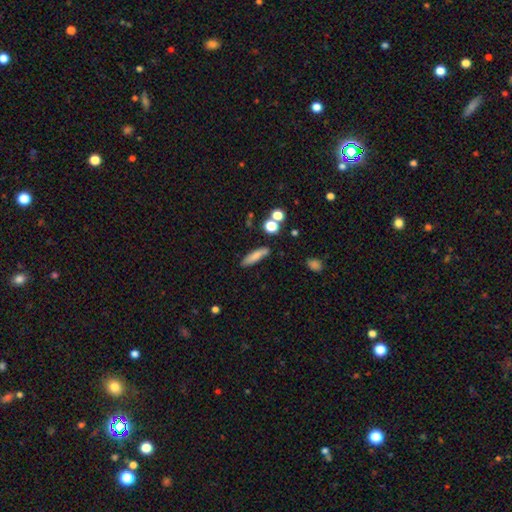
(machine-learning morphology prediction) Smooth or featured?
  - smooth: 76% *
  - featured or disk: 14%
  - star or artifact: 9%
How rounded?
  - cigar-shaped: 68% *
  - in between: 28%
  - round: 3%
Merging?
  - none: 74% *
  - minor disturbance: 15%
  - merger: 6%
  - major disturbance: 4%